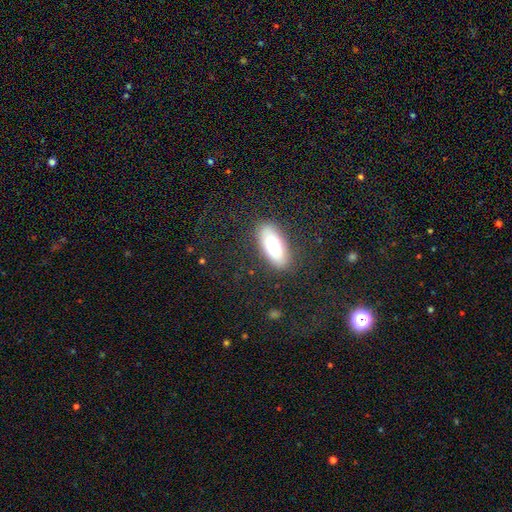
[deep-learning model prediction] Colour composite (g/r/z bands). It shows a smooth galaxy with no disk features (52%) that is in between round and cigar-shaped (64%). Merging: none (78%).